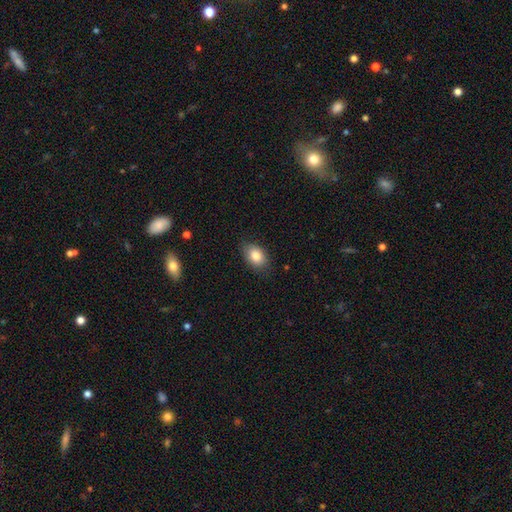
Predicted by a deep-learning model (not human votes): Smooth or featured? Predicted: smooth (p=0.83). How rounded? Predicted: in between (p=0.82). Merging? Predicted: none (p=0.81).